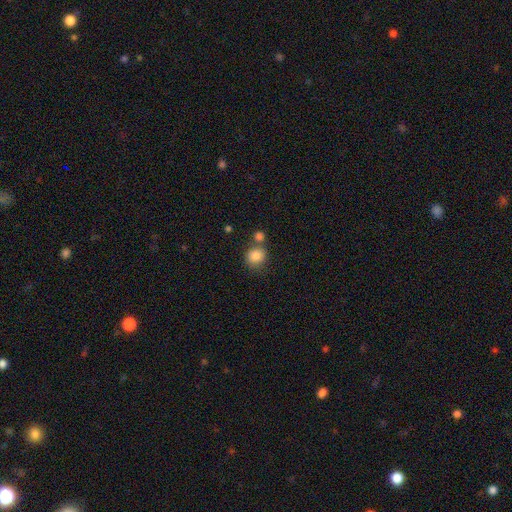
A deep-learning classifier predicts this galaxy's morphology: type=smooth (85%); roundness=round (83%); merging=none (57%).